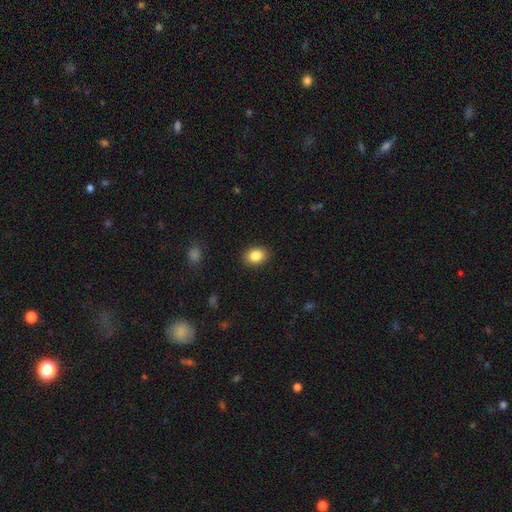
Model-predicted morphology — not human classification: smooth 85%, star or artifact 9%, featured or disk 6%. Down the decision tree: how rounded — in between (62%); merging — none (89%).